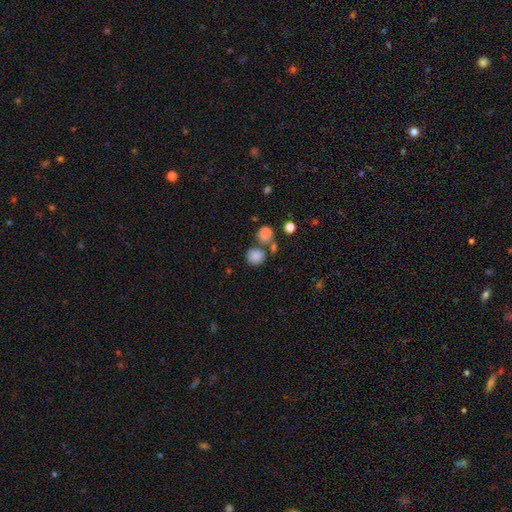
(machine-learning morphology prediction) type=smooth (84%); roundness=round (87%); merging=none (67%).